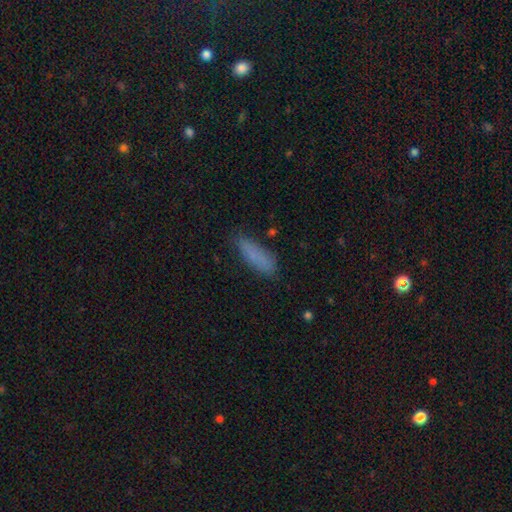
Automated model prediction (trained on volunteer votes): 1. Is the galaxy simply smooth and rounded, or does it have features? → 82% smooth, 9% featured or disk, 9% star or artifact.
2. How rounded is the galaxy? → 58% cigar-shaped, 40% in between, 2% round.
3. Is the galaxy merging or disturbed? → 75% none, 18% minor disturbance, 5% major disturbance, 2% merger.